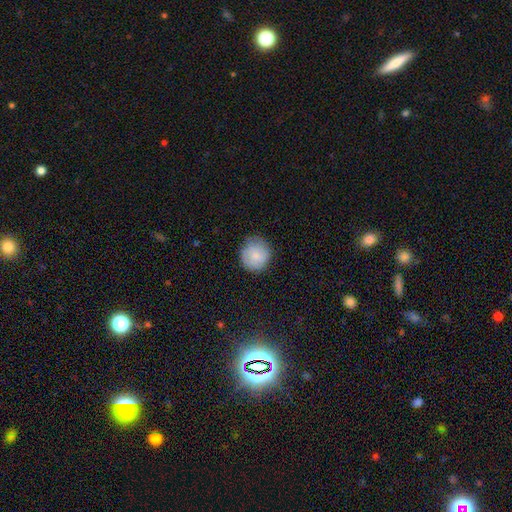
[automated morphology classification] Smooth or featured: smooth — 82% (featured or disk — 11%)
How rounded: round — 92% (in between — 7%)
Merging: none — 82% (minor disturbance — 14%)